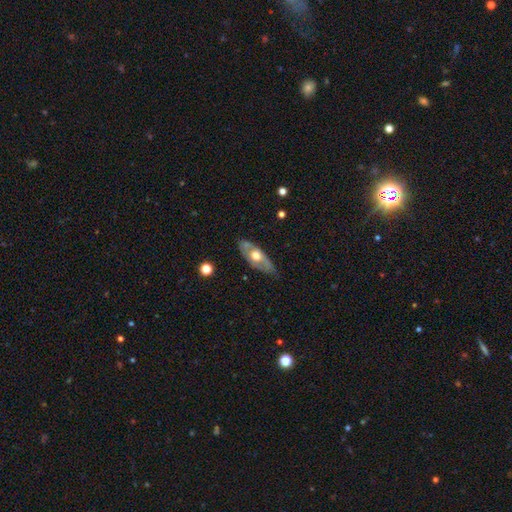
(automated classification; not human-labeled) smooth_or_featured: featured or disk (p=0.59) [alt: smooth p=0.36]
disk_edge_on: no (p=0.70) [alt: yes p=0.30]
merging: none (p=0.74) [alt: minor disturbance p=0.20]